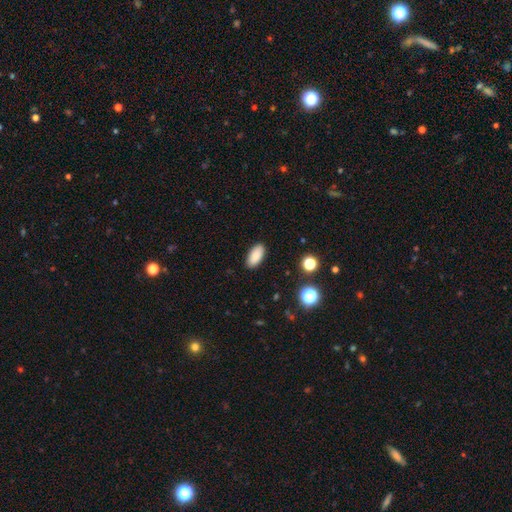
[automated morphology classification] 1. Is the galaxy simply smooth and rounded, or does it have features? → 88% smooth, 8% star or artifact, 4% featured or disk.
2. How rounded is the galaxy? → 91% in between, 6% cigar-shaped, 3% round.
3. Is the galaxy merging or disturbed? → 90% none, 7% minor disturbance, 2% major disturbance, 1% merger.